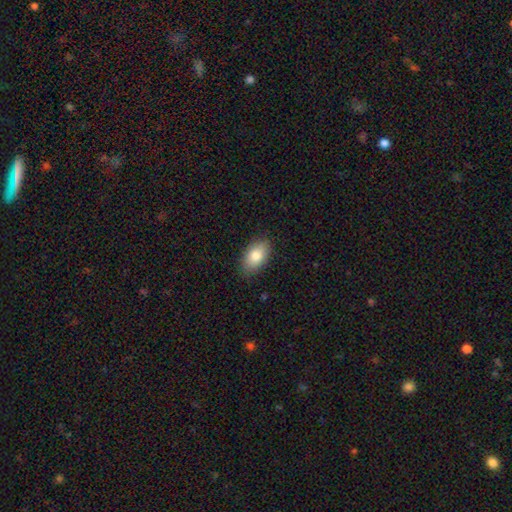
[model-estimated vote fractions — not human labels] A smooth galaxy with no disk features (82%) that is in between round and cigar-shaped (92%). Merging: none (85%).